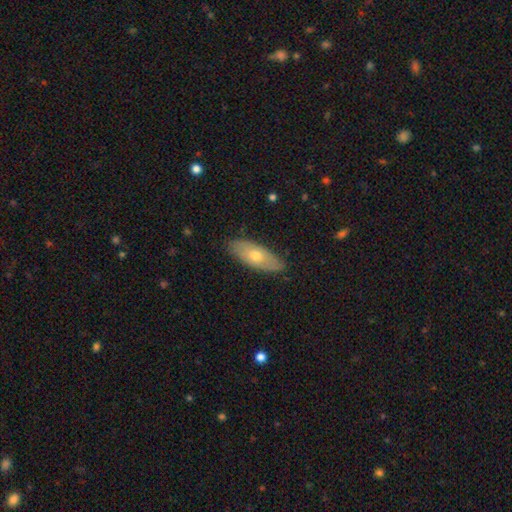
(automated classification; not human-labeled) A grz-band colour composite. It shows a smooth galaxy with no disk features (56%) that is in between round and cigar-shaped (78%). Merging: none (84%).